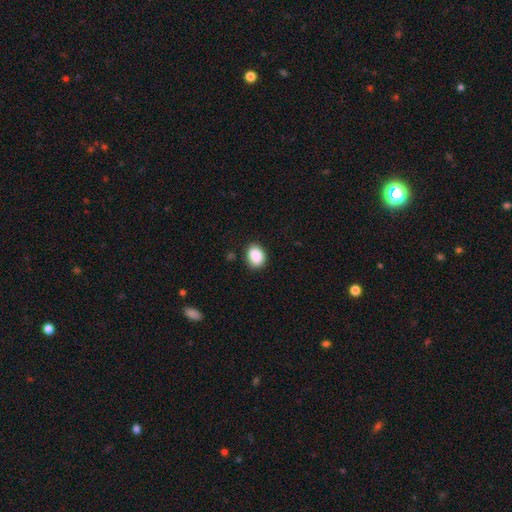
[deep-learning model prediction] Smooth or featured? Predicted: smooth (p=0.89). How rounded? Predicted: in between (p=0.54). Merging? Predicted: none (p=0.84).